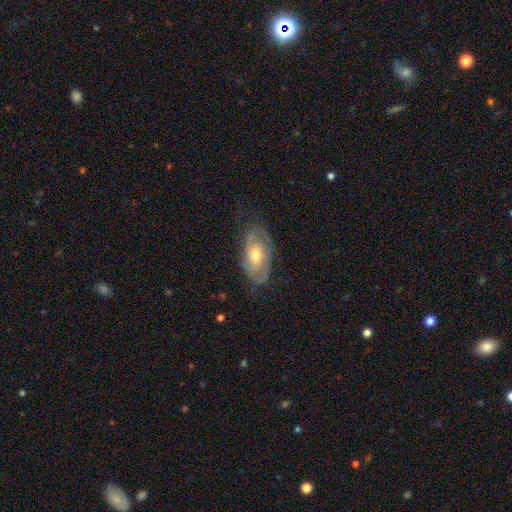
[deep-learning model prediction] Overall: featured or disk (69%). Edge-on disk: no (92%). Bar: no (67%; weak 28%). Spiral arms: yes (85%). Spiral arm count: 2 (51%; can't tell 32%). Spiral winding: tight (52%; medium 36%). Bulge size: moderate (63%; small 30%). Merging: none (69%).